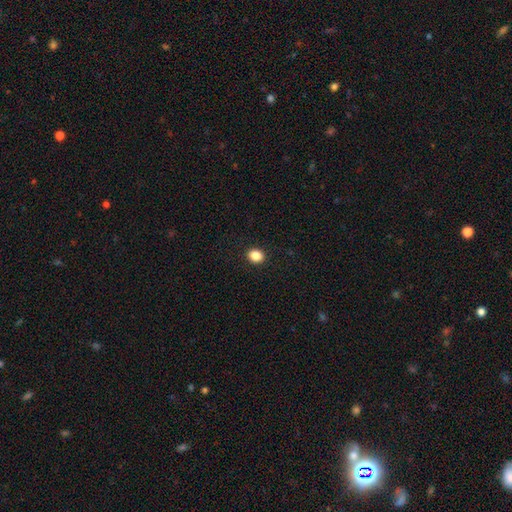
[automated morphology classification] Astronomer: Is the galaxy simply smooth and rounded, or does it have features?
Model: smooth — 87%.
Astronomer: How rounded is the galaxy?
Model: round — 60% (runner-up: in between, 39%).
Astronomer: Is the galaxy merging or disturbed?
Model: none — 92%.